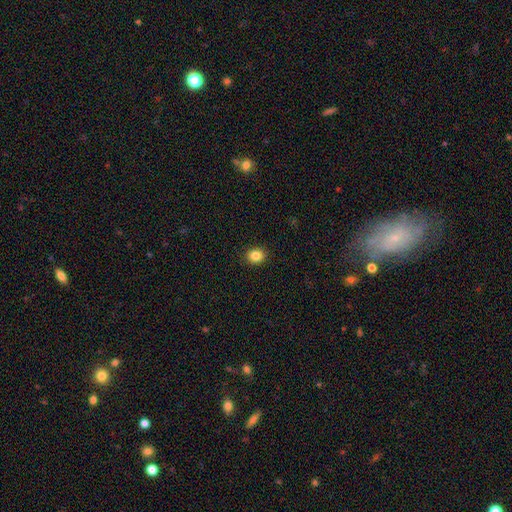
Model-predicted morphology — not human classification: This is clearly a smooth galaxy (84%). How rounded: likely round (68%). Merging: clearly none (91%).